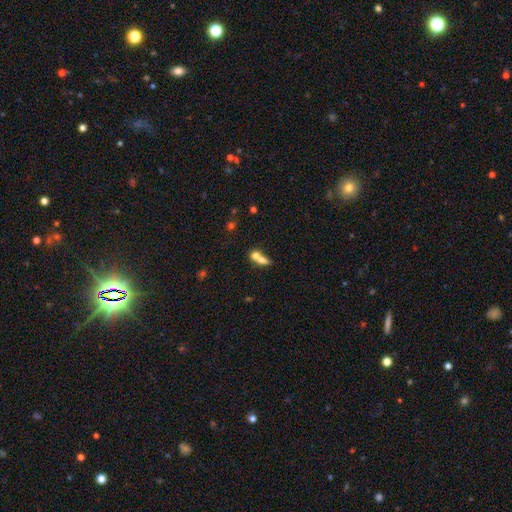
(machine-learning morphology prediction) Overall: smooth (68%). How rounded: in between (53%; round 34%). Merging: merger (67%).